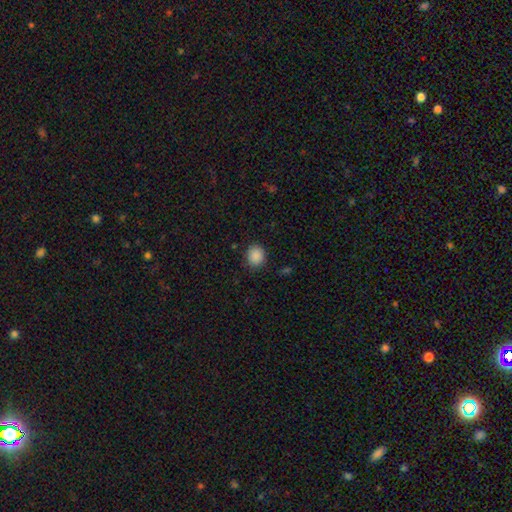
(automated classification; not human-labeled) Smooth or featured? Predicted: smooth (p=0.88). How rounded? Predicted: round (p=0.74). Merging? Predicted: none (p=0.87).